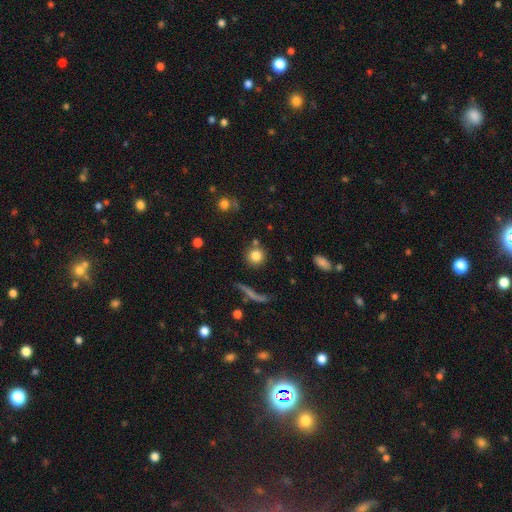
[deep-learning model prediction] Smooth or featured: smooth — 81% (star or artifact — 10%)
How rounded: round — 93% (in between — 6%)
Merging: none — 76% (merger — 10%)